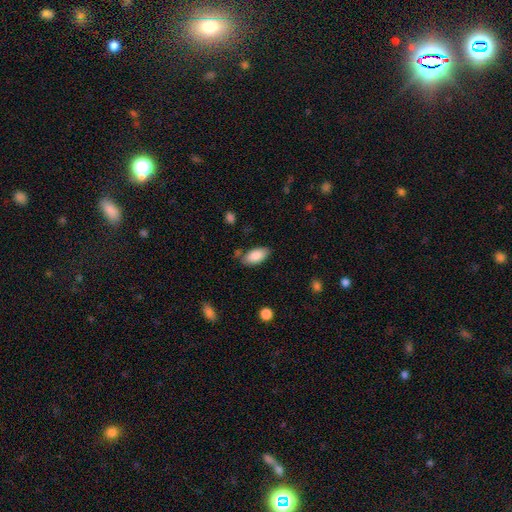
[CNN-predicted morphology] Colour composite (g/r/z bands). It shows a smooth galaxy with no disk features (87%) that is in between round and cigar-shaped (93%). Merging: none (77%).